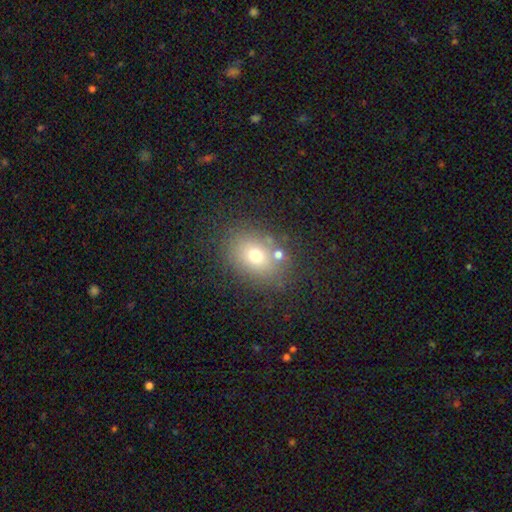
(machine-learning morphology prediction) Smooth or featured? Predicted: smooth (p=0.71). How rounded? Predicted: in between (p=0.62). Merging? Predicted: none (p=0.75).